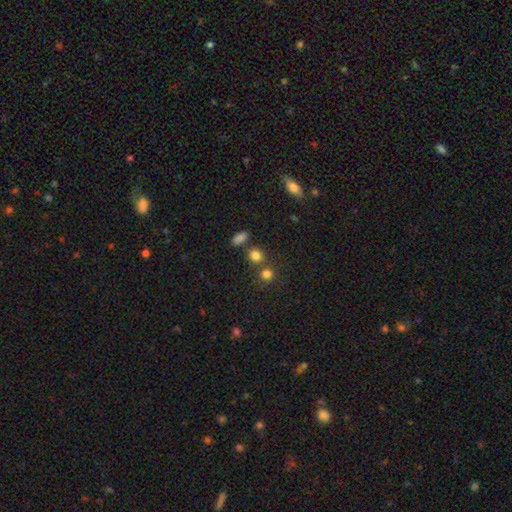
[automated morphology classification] The model was most divided on "merging": none: 68%, merger: 19%, minor disturbance: 9%, major disturbance: 4%. More confident: smooth or featured — smooth (80%); how rounded — round (80%).